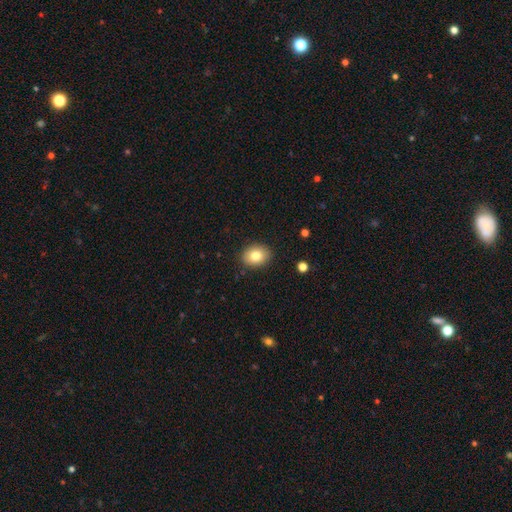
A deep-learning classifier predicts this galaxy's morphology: The model was most divided on "how rounded": in between: 59%, round: 40%, cigar-shaped: 1%. More confident: merging — none (89%); smooth or featured — smooth (80%).